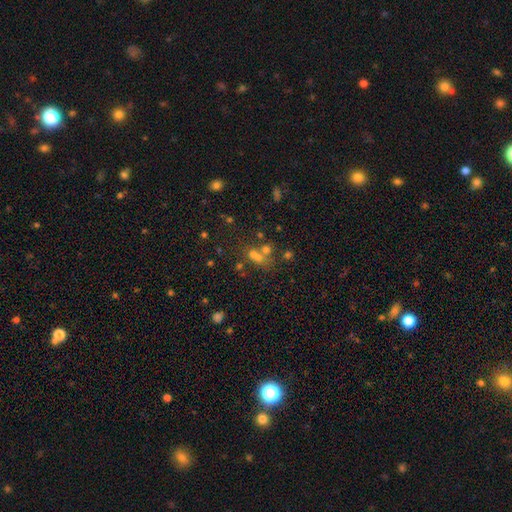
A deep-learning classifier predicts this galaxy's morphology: A smooth galaxy with no disk features (42%).

Vote fractions:
- Smooth or featured? smooth: 42% / star or artifact: 38% / featured or disk: 20%
- Merging? none: 45% / merger: 41% / minor disturbance: 9% / major disturbance: 6%